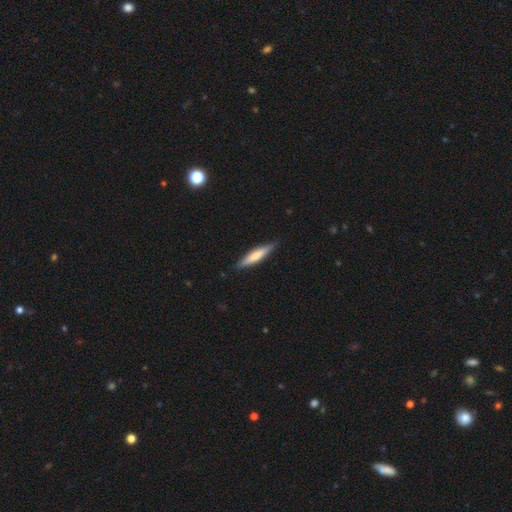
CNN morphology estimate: smooth 66%, featured or disk 28%, star or artifact 5%. Down the decision tree: how rounded — cigar-shaped (86%); merging — none (87%).